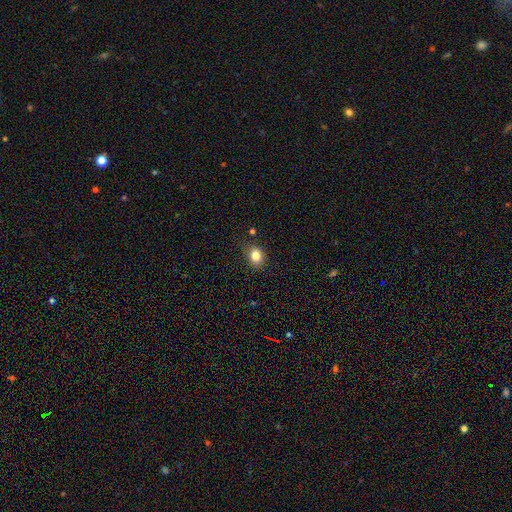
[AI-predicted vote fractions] This appears to be a smooth galaxy with no disk features (82%) that is round (51%). Merging: none (79%).